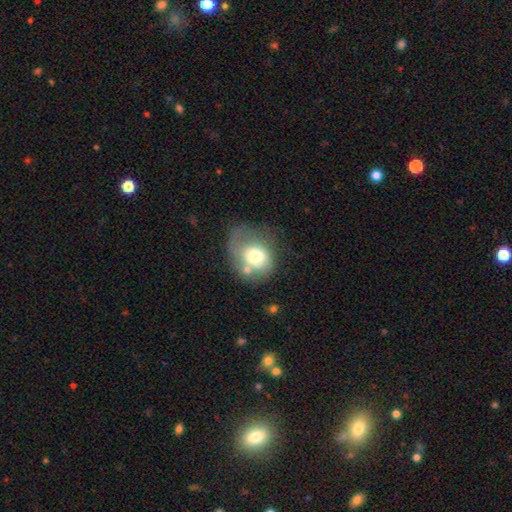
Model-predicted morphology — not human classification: This appears to be a smooth galaxy with no disk features (61%) that is round (58%). Merging: none (33%).